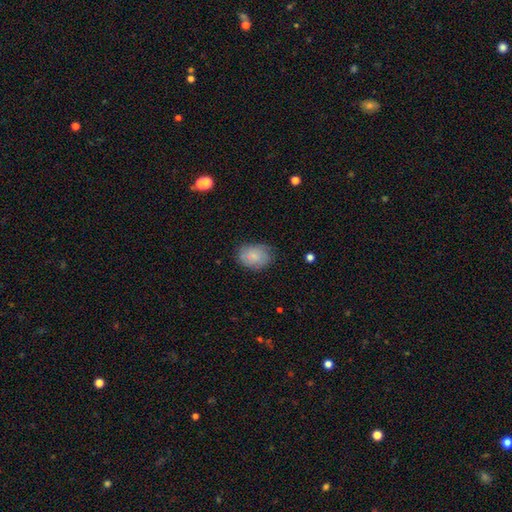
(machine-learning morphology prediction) Overall: smooth (76%). How rounded: in between (71%). Merging: none (70%).